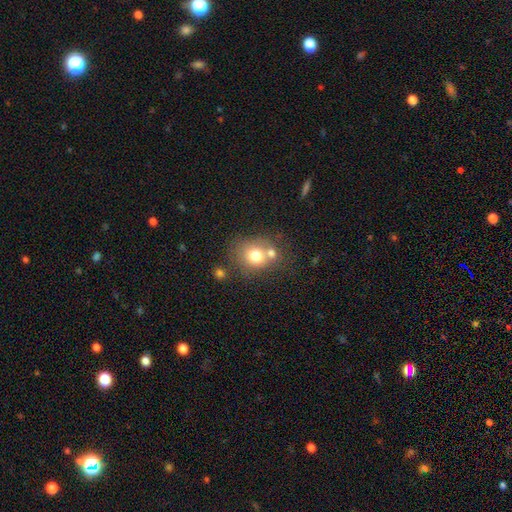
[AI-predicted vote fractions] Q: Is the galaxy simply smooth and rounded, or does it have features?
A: smooth — 73%.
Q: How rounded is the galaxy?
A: round — 68%.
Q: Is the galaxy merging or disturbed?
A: none — 45%.